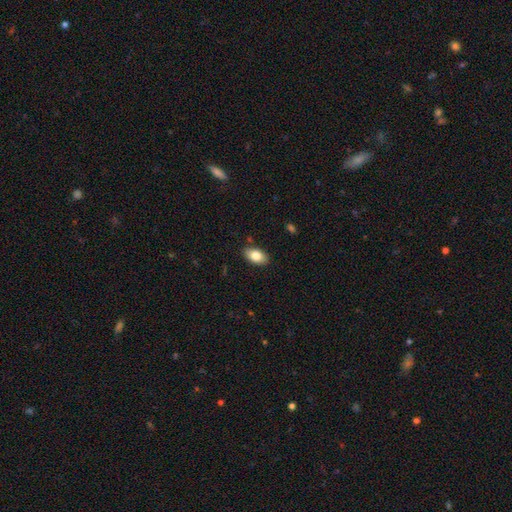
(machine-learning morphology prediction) Overall: smooth (82%). How rounded: in between (92%). Merging: none (87%).